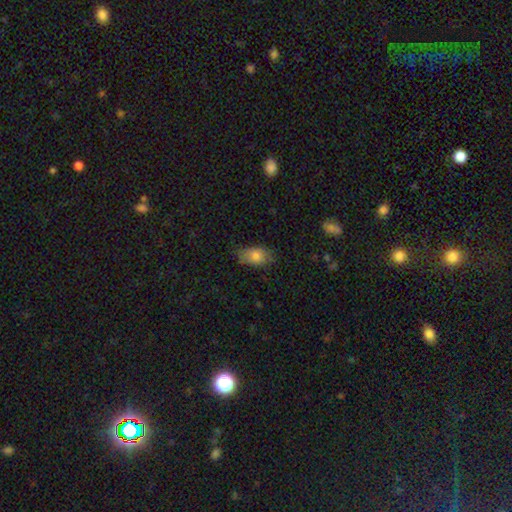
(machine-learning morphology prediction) The model was most divided on "merging": none: 71%, minor disturbance: 22%, major disturbance: 5%, merger: 1%. More confident: how rounded — in between (90%); smooth or featured — smooth (80%).